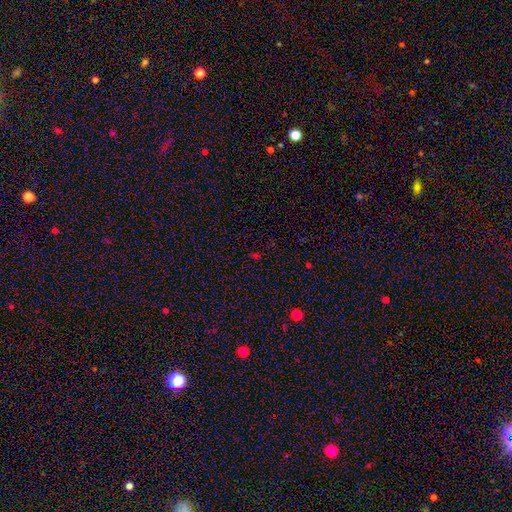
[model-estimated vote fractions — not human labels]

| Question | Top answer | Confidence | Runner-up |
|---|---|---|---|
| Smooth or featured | star or artifact | 60% | smooth (32%) |